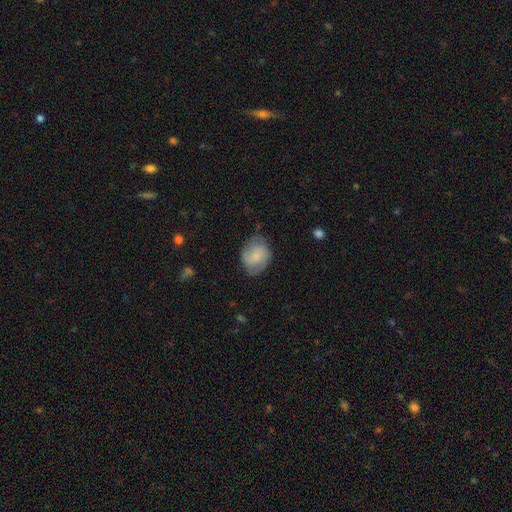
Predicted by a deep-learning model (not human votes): Morphology: type=smooth (58%); roundness=round (51%); merging=none (68%).